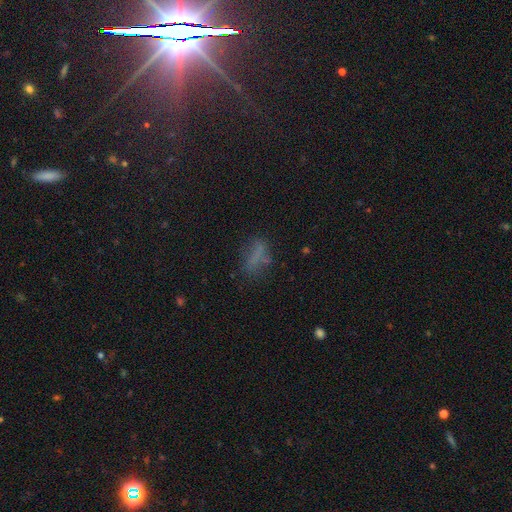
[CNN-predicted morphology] Smooth or featured?
  - smooth: 57% *
  - star or artifact: 24%
  - featured or disk: 19%
How rounded?
  - in between: 62% *
  - cigar-shaped: 29%
  - round: 9%
Merging?
  - none: 57% *
  - minor disturbance: 22%
  - major disturbance: 17%
  - merger: 5%